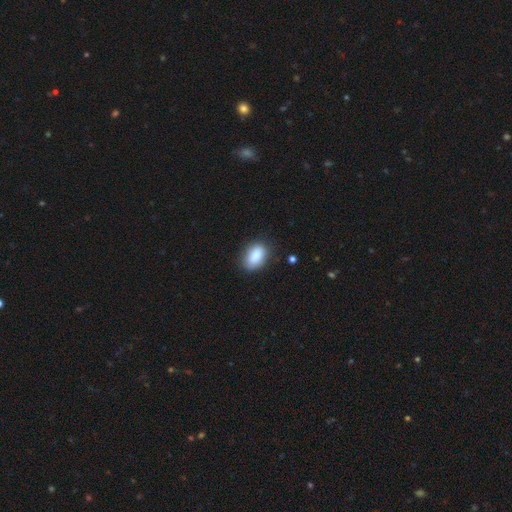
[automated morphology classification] A smooth galaxy with no disk features (88%) that is in between round and cigar-shaped (88%).

Vote fractions:
- Smooth or featured? smooth: 88% / star or artifact: 7% / featured or disk: 5%
- How rounded? in between: 88% / round: 10% / cigar-shaped: 2%
- Merging? none: 80% / minor disturbance: 15% / major disturbance: 3% / merger: 1%